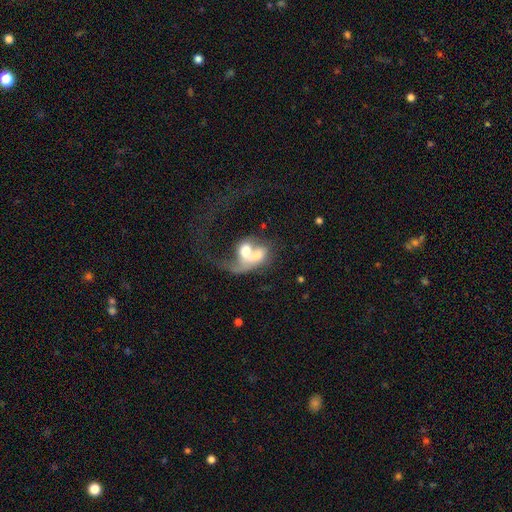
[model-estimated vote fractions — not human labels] A smooth galaxy with no disk features (47%).

Vote fractions:
- Smooth or featured? smooth: 47% / featured or disk: 44% / star or artifact: 9%
- Merging? merger: 71% / major disturbance: 17% / none: 7% / minor disturbance: 5%